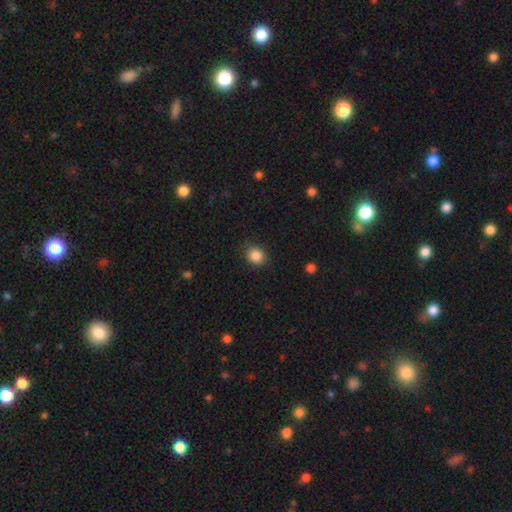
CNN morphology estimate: Smooth or featured: smooth — 86% (star or artifact — 10%)
How rounded: round — 73% (in between — 26%)
Merging: none — 84% (minor disturbance — 12%)